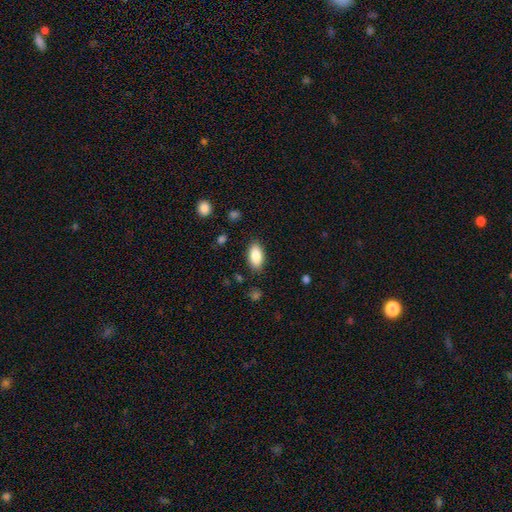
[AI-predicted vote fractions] This appears to be a smooth galaxy with no disk features (86%) that is in between round and cigar-shaped (92%). Merging: none (86%).